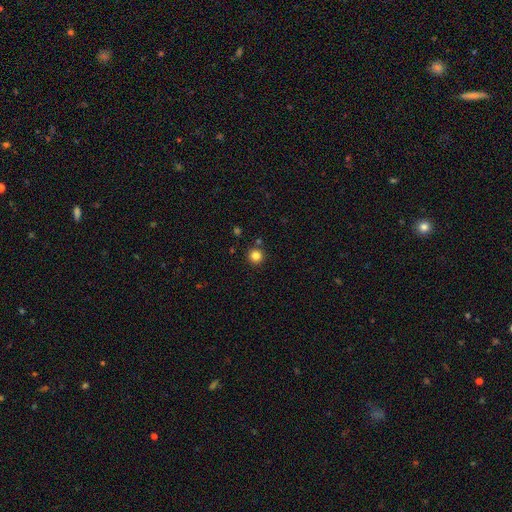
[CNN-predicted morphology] A smooth galaxy with no disk features (83%) that is round (95%). Merging: none (89%).